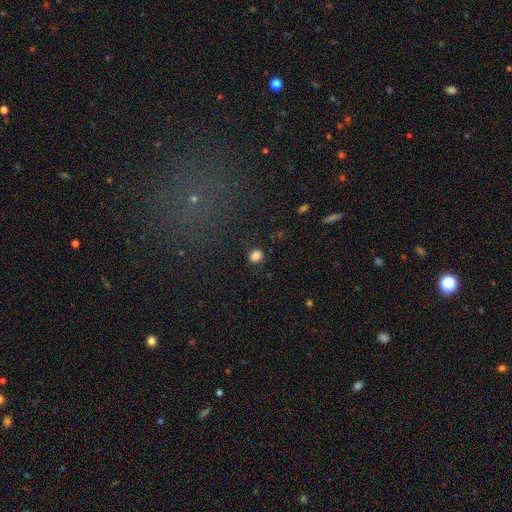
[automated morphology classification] The model was most divided on "how rounded": round: 65%, in between: 34%, cigar-shaped: 1%. More confident: smooth or featured — smooth (83%); merging — none (83%).